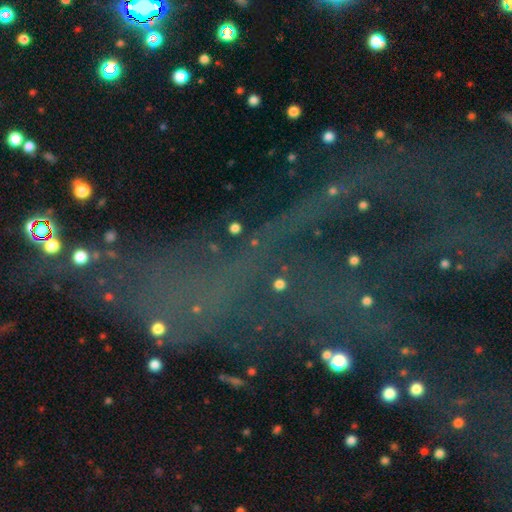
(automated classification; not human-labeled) This appears to be a star or artifact, not a galaxy (66%).